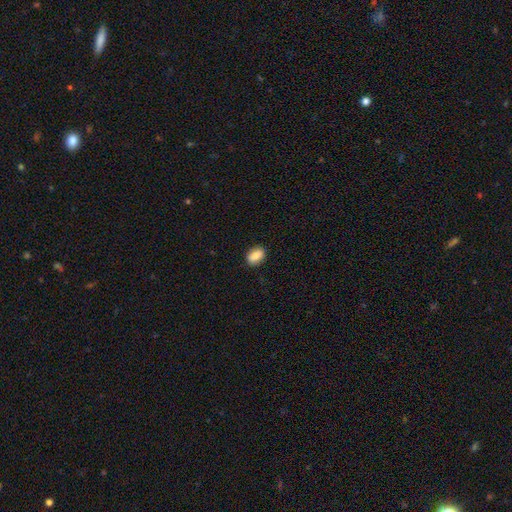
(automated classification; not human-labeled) Morphology: type=smooth (85%); roundness=in between (82%); merging=none (86%).